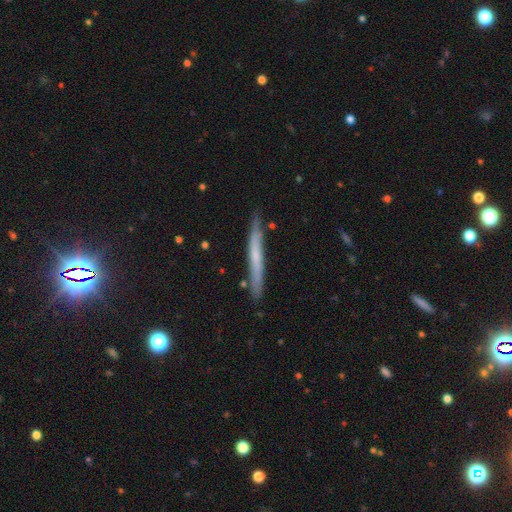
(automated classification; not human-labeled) This appears to be a featured or disk galaxy (49%). Merging: none (85%).